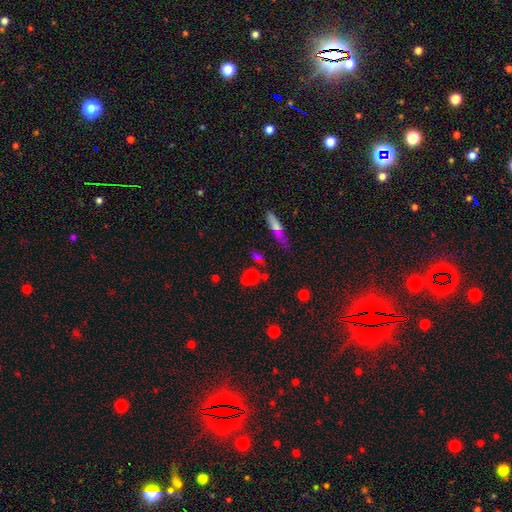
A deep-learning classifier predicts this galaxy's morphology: This appears to be a smooth galaxy with no disk features (71%) that is round (55%). Merging: none (62%).